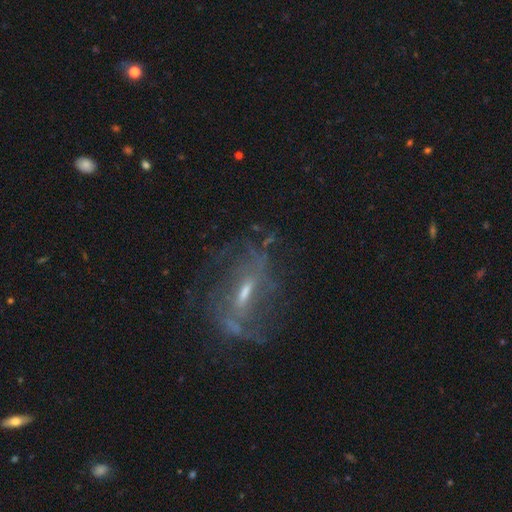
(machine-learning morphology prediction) Smooth or featured?
  - featured or disk: 76% *
  - star or artifact: 12%
  - smooth: 12%
Edge-on disk?
  - no: 85% *
  - yes: 15%
Bar?
  - weak: 45% *
  - strong: 33%
  - no: 22%
Spiral arms?
  - yes: 73% *
  - no: 27%
Bulge size?
  - small: 51% *
  - moderate: 39%
  - none: 6%
  - large: 3%
  - dominant: 1%
Merging?
  - none: 60% *
  - minor disturbance: 19%
  - major disturbance: 18%
  - merger: 3%